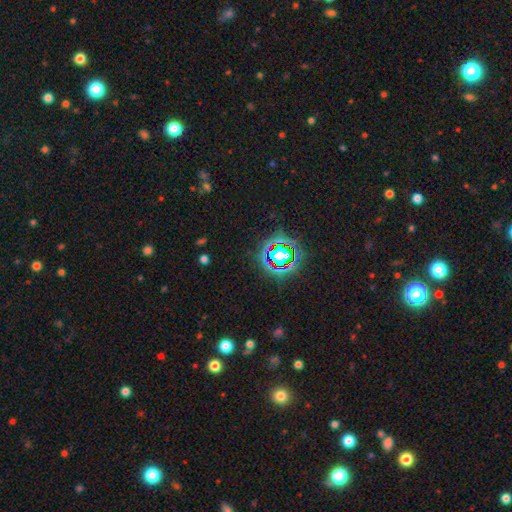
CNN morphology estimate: smooth-or-featured: star or artifact: 80% | smooth: 13% | featured or disk: 8%